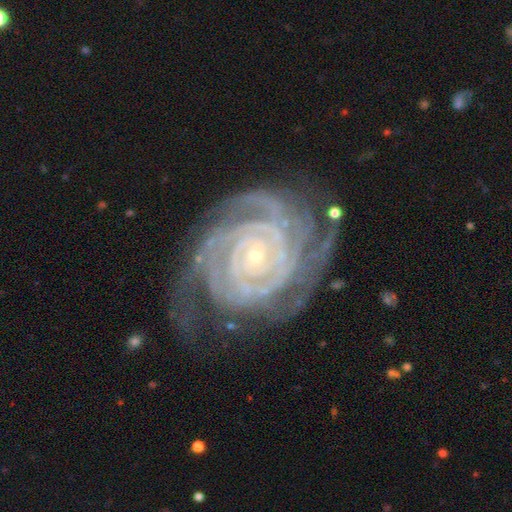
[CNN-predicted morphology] Q: Smooth or featured?
A: featured or disk (92%); runner-up: star or artifact (5%)
Q: Edge-on disk?
A: no (97%); runner-up: yes (3%)
Q: Bar?
A: no (69%); runner-up: weak (19%)
Q: Spiral arms?
A: yes (99%); runner-up: no (1%)
Q: Spiral winding?
A: tight (87%); runner-up: medium (12%)
Q: Spiral arm count?
A: 4 (23%); runner-up: 3 (21%)
Q: Bulge size?
A: small (84%); runner-up: moderate (13%)
Q: Merging?
A: none (69%); runner-up: minor disturbance (20%)